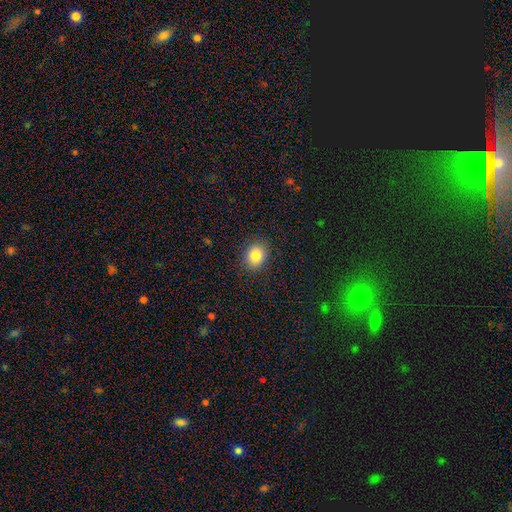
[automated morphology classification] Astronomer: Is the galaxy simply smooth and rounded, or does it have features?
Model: smooth — 84%.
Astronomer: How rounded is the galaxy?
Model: round — 55% (runner-up: in between, 44%).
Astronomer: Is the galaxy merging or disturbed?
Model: none — 89%.